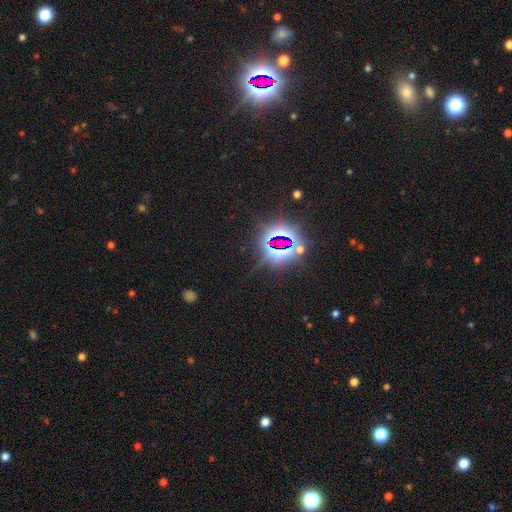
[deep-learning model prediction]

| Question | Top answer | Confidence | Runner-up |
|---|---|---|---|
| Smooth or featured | star or artifact | 80% | smooth (11%) |